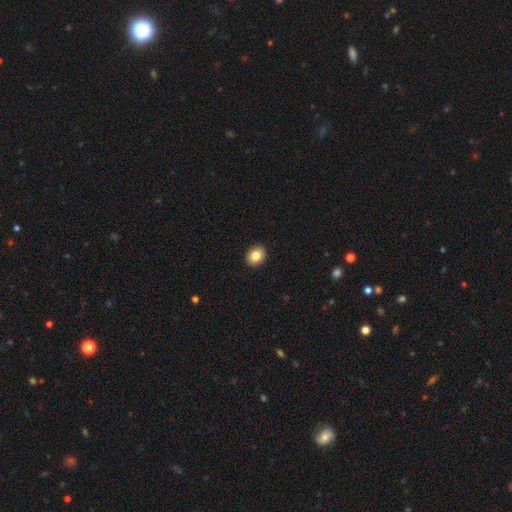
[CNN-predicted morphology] This appears to be a smooth galaxy with no disk features (84%) that is round (60%). Merging: none (92%).